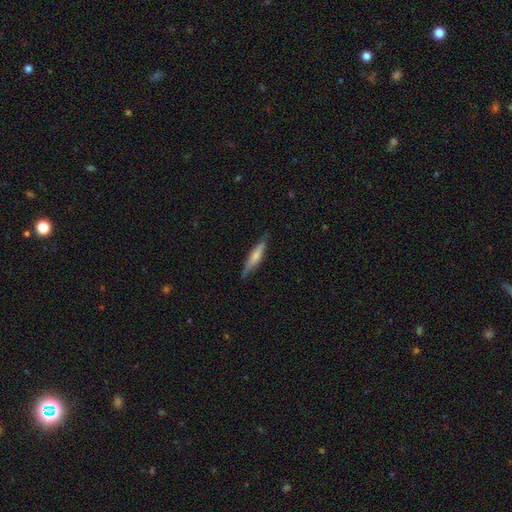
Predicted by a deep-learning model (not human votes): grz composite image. It shows a smooth galaxy with no disk features (60%) that is cigar-shaped (86%). Merging: none (80%).